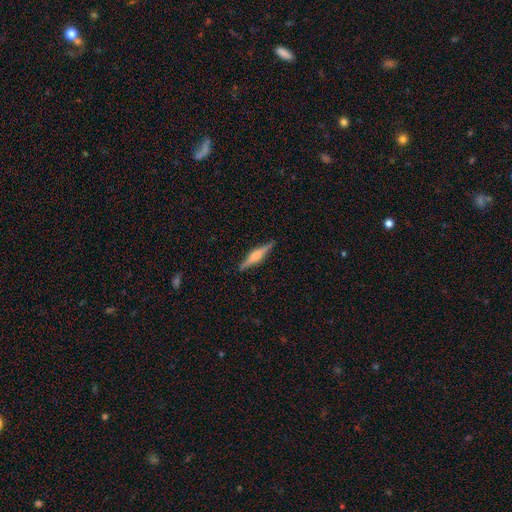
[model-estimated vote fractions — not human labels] Morphology: type=featured or disk (72%); edge-on=yes (98%); edge-on bulge=rounded (77%); merging=none (90%).